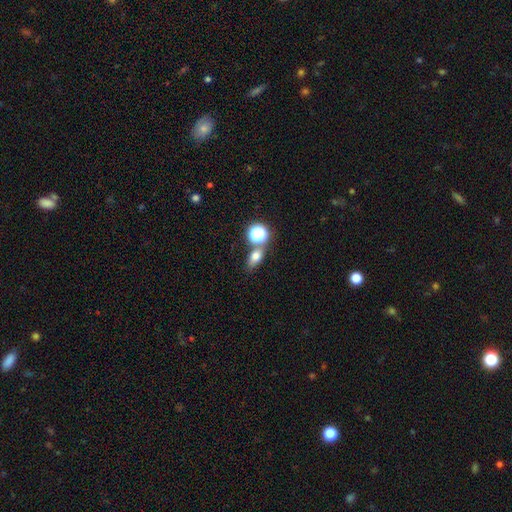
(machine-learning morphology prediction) This appears to be a smooth galaxy with no disk features (69%) that is in between round and cigar-shaped (68%). Merging: none (61%).